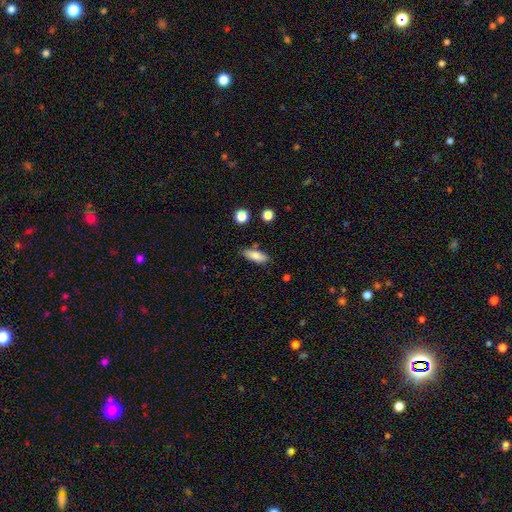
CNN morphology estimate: Smooth or featured?
  - smooth: 82% *
  - featured or disk: 11%
  - star or artifact: 7%
How rounded?
  - in between: 65% *
  - cigar-shaped: 33%
  - round: 3%
Merging?
  - none: 79% *
  - minor disturbance: 14%
  - merger: 4%
  - major disturbance: 3%